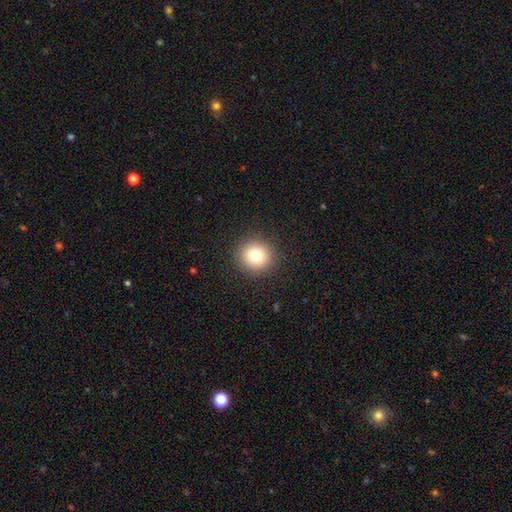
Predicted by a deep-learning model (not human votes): smooth-or-featured: smooth: 80% | star or artifact: 11% | featured or disk: 8%
  how-rounded: round: 93% | in between: 6% | cigar-shaped: 1%
  merging: none: 91% | minor disturbance: 6% | major disturbance: 2% | merger: 1%